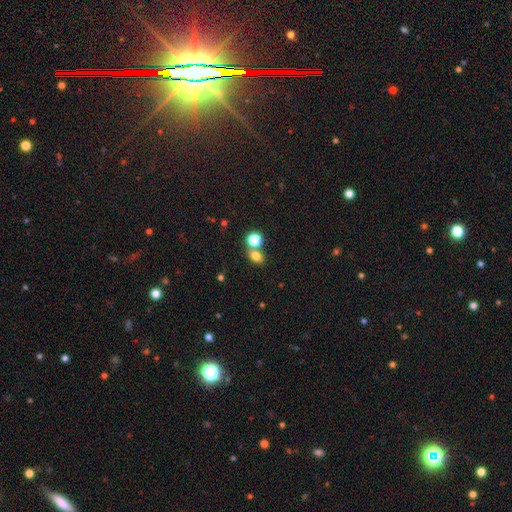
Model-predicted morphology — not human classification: smooth 77%, star or artifact 15%, featured or disk 8%. Down the decision tree: how rounded — in between (55%); merging — none (54%).